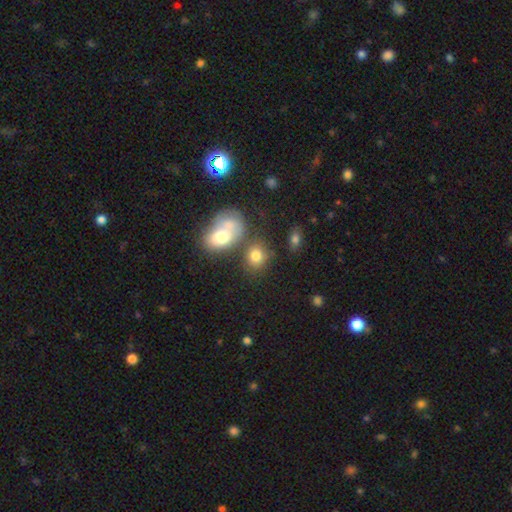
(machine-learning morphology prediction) Smooth or featured: smooth — 76% (star or artifact — 13%)
How rounded: round — 56% (in between — 42%)
Merging: none — 56% (merger — 24%)